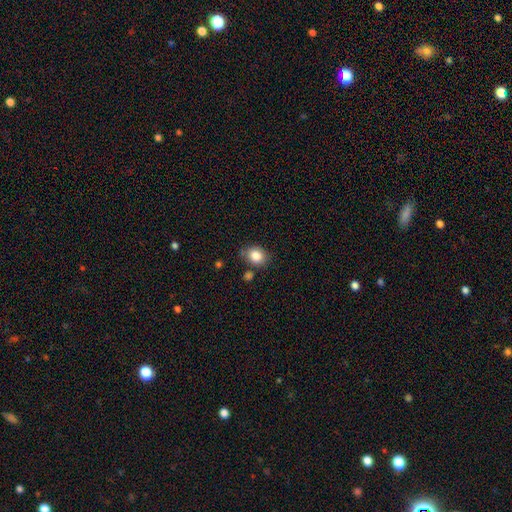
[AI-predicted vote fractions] smooth 85%, star or artifact 9%, featured or disk 6%. Down the decision tree: how rounded — round (53%); merging — none (73%).